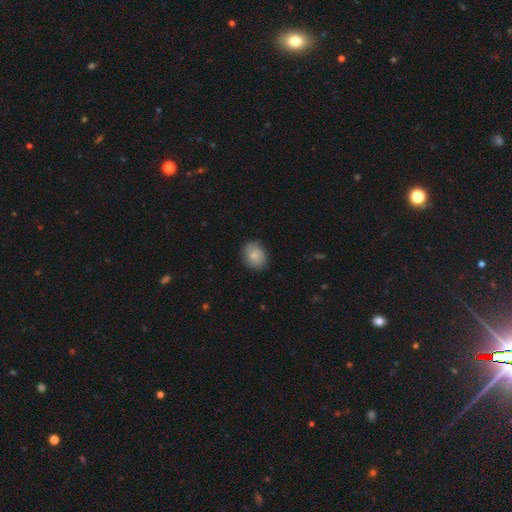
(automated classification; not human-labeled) Smooth or featured?
  - smooth: 77% *
  - featured or disk: 17%
  - star or artifact: 7%
How rounded?
  - round: 54% *
  - in between: 45%
  - cigar-shaped: 1%
Merging?
  - none: 80% *
  - minor disturbance: 16%
  - major disturbance: 3%
  - merger: 1%